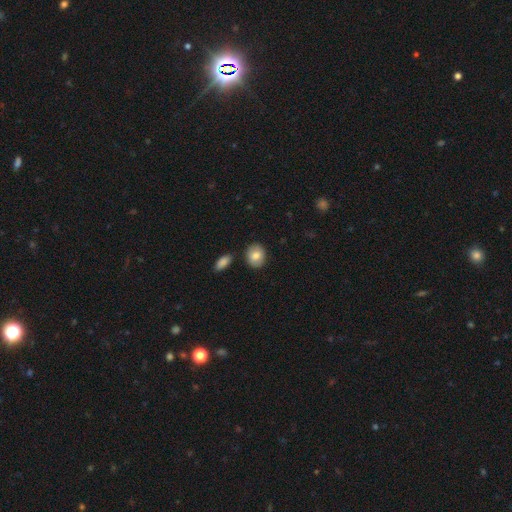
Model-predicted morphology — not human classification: Smooth or featured?
  - smooth: 83% *
  - featured or disk: 10%
  - star or artifact: 7%
How rounded?
  - round: 53% *
  - in between: 46%
  - cigar-shaped: 1%
Merging?
  - none: 85% *
  - minor disturbance: 9%
  - merger: 4%
  - major disturbance: 2%